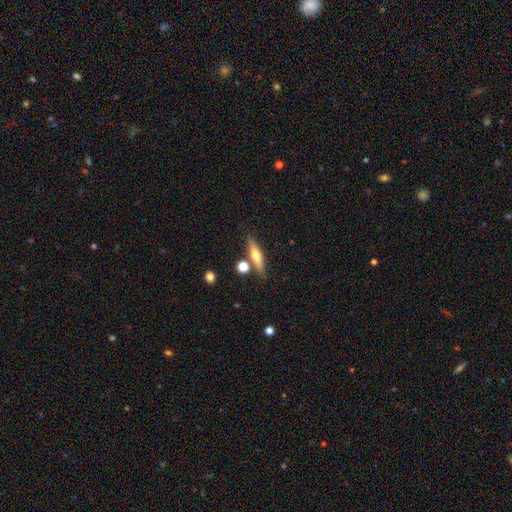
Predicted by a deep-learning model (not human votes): smooth-or-featured: smooth: 51% | featured or disk: 42% | star or artifact: 7%
  how-rounded: cigar-shaped: 74% | in between: 22% | round: 4%
  merging: none: 77% | minor disturbance: 11% | merger: 10% | major disturbance: 3%